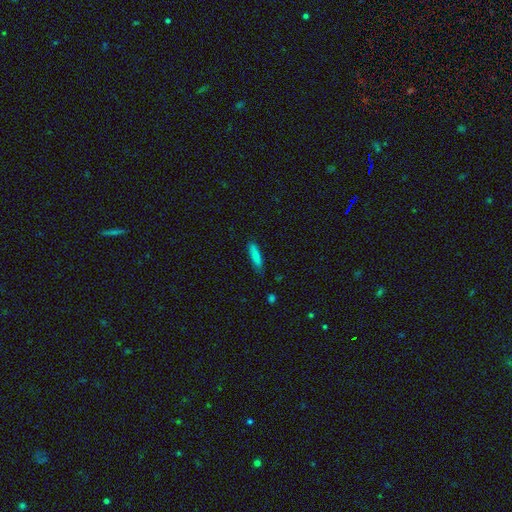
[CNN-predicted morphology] smooth_or_featured: smooth (p=0.83) [alt: featured or disk p=0.10]
how_rounded: cigar-shaped (p=0.77) [alt: in between p=0.22]
merging: none (p=0.81) [alt: minor disturbance p=0.15]